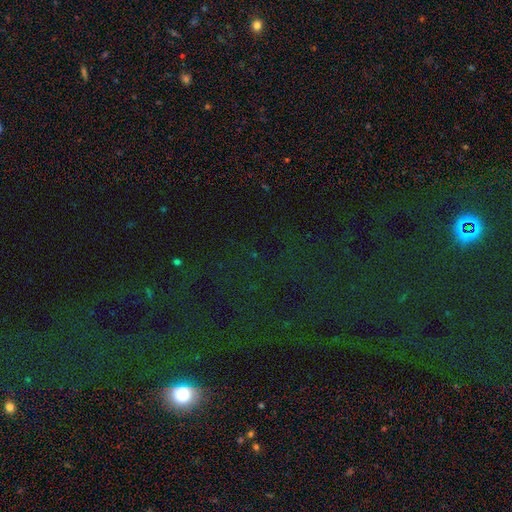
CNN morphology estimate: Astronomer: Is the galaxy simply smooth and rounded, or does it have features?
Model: star or artifact — 74%.